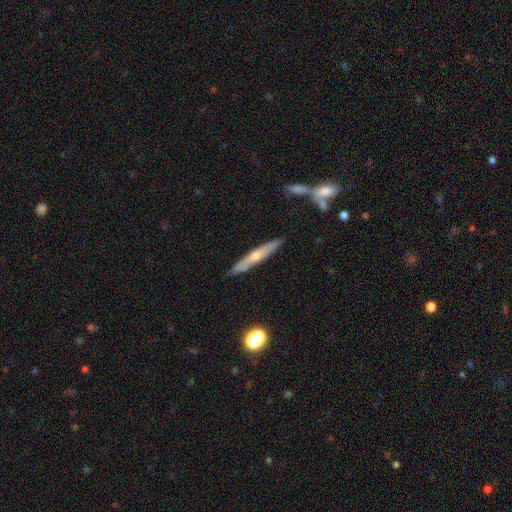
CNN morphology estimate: Smooth or featured?
  - featured or disk: 61% *
  - smooth: 29%
  - star or artifact: 10%
Edge-on disk?
  - yes: 93% *
  - no: 7%
Edge-on bulge?
  - rounded: 83% *
  - none: 13%
  - boxy: 4%
Merging?
  - none: 82% *
  - minor disturbance: 11%
  - merger: 5%
  - major disturbance: 3%